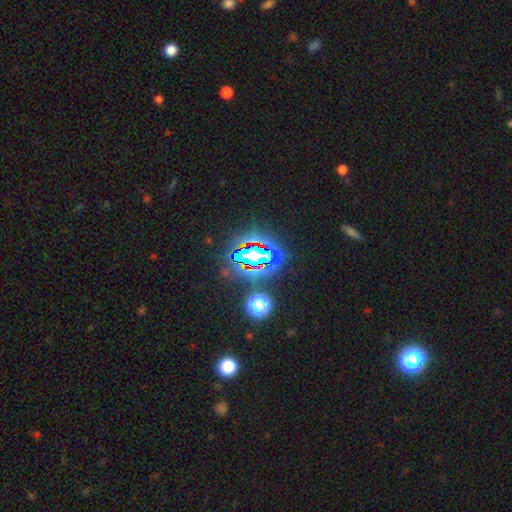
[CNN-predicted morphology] smooth_or_featured: star or artifact (p=0.74) [alt: smooth p=0.15]